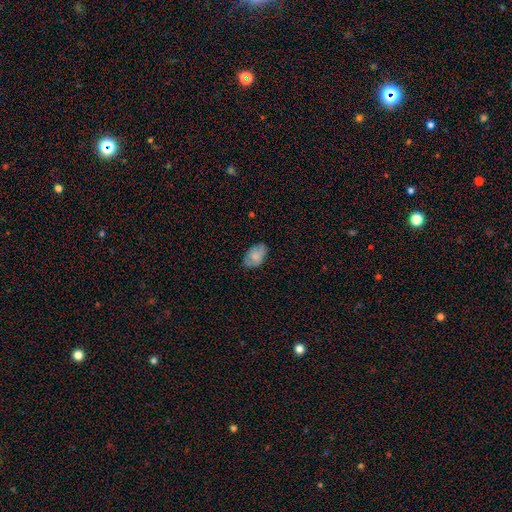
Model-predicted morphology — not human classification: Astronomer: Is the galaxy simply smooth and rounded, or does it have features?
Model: smooth — 75%.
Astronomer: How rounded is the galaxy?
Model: in between — 89%.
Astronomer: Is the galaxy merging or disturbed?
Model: none — 71%.